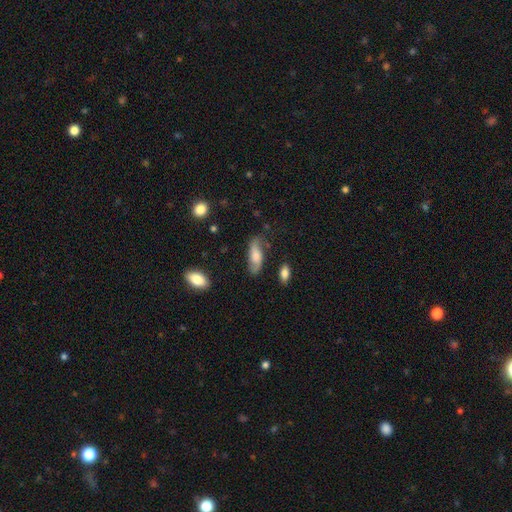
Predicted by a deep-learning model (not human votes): smooth-or-featured: smooth: 53% | featured or disk: 39% | star or artifact: 7%
  how-rounded: in between: 71% | cigar-shaped: 25% | round: 4%
  merging: none: 67% | minor disturbance: 23% | major disturbance: 7% | merger: 3%